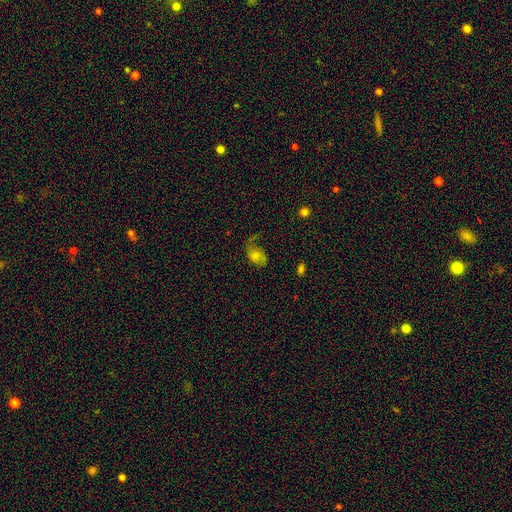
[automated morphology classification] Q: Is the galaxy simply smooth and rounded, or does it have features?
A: smooth — 49%.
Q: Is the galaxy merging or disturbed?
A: none — 36%, tied with major disturbance.